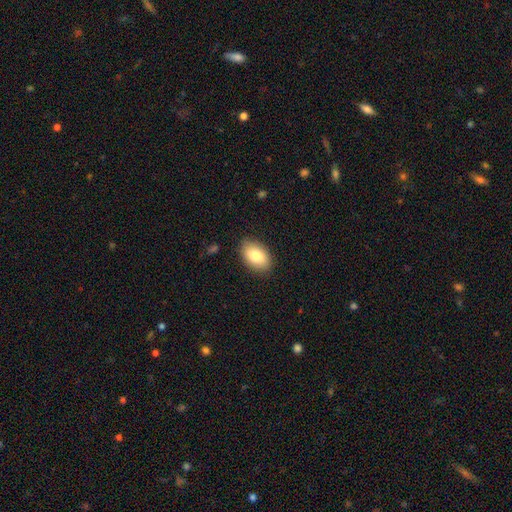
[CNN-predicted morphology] The model was most divided on "smooth or featured": smooth: 81%, featured or disk: 12%, star or artifact: 7%. More confident: how rounded — in between (91%); merging — none (86%).